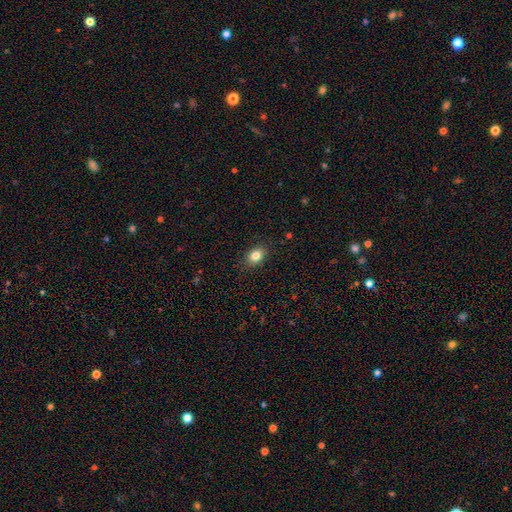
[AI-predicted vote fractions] Smooth or featured? Predicted: smooth (p=0.83). How rounded? Predicted: in between (p=0.65). Merging? Predicted: none (p=0.88).